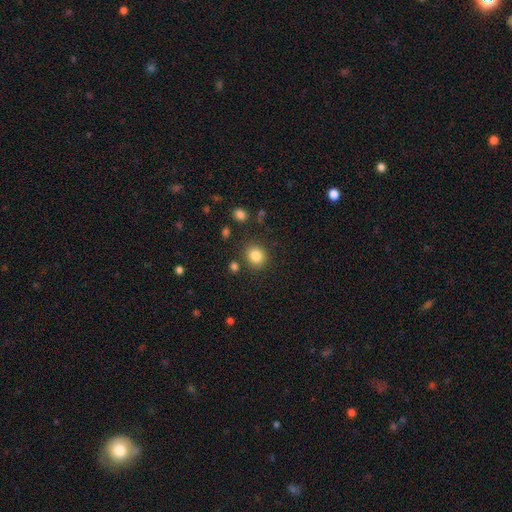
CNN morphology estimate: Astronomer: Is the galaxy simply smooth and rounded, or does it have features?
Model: smooth — 83%.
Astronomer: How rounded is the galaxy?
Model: round — 77%.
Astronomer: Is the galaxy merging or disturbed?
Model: none — 85%.